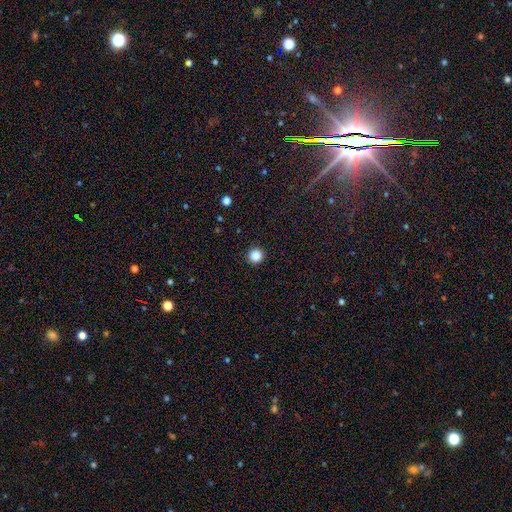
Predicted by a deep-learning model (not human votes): Q: Smooth or featured?
A: smooth (86%); runner-up: star or artifact (11%)
Q: How rounded?
A: round (95%); runner-up: in between (4%)
Q: Merging?
A: none (93%); runner-up: minor disturbance (5%)